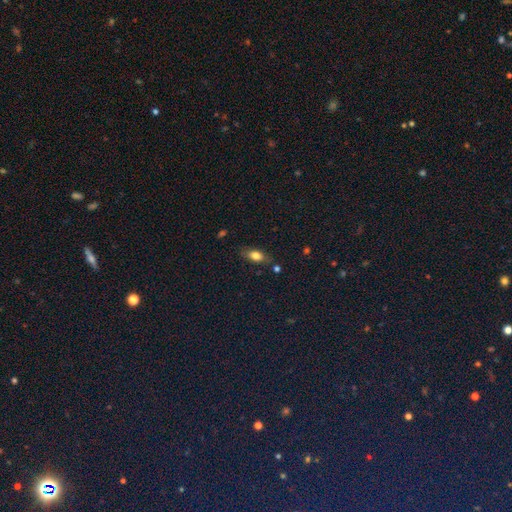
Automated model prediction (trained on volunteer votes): A smooth galaxy with no disk features (76%) that is in between round and cigar-shaped (82%). Merging: none (75%).